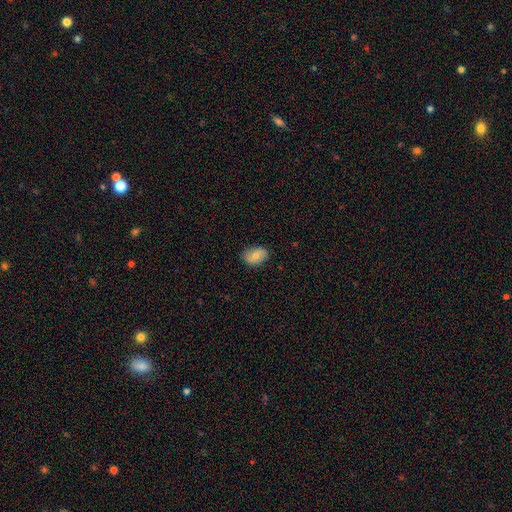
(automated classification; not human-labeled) Overall: smooth (70%). How rounded: in between (79%). Merging: none (81%).